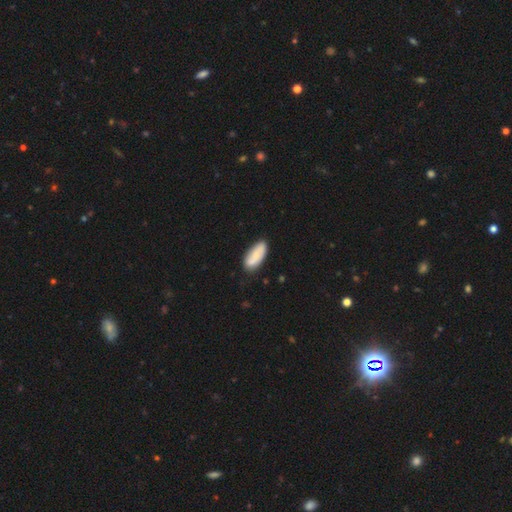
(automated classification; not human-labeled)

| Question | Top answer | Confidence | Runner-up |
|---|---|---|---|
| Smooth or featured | smooth | 72% | featured or disk (22%) |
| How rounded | in between | 85% | cigar-shaped (13%) |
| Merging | none | 76% | minor disturbance (17%) |